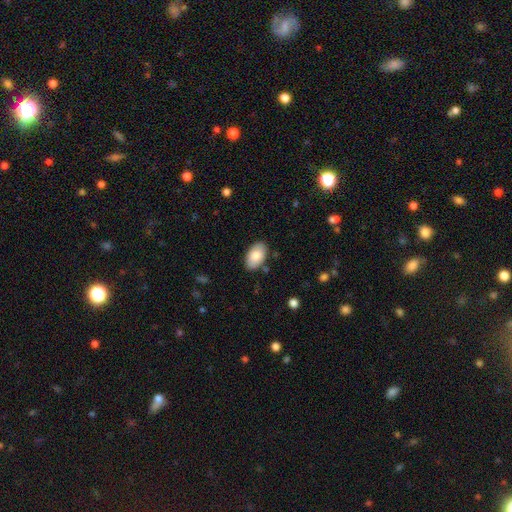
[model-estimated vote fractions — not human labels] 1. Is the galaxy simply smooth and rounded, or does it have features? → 83% smooth, 11% featured or disk, 6% star or artifact.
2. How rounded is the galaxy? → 94% in between, 4% round, 1% cigar-shaped.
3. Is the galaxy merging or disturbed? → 85% none, 11% minor disturbance, 2% major disturbance, 2% merger.